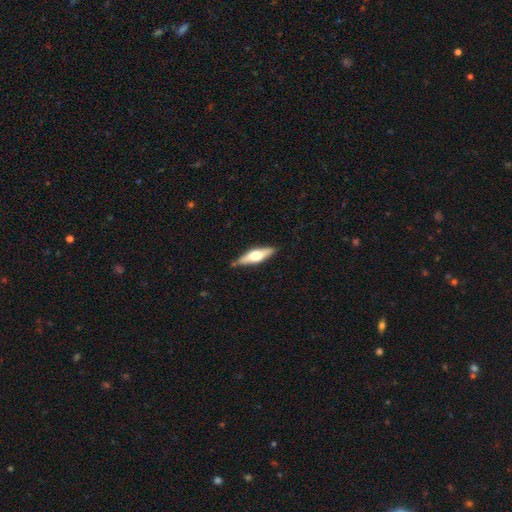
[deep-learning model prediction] A featured or disk galaxy (53%) viewed edge-on (92%). Merging: none (83%).